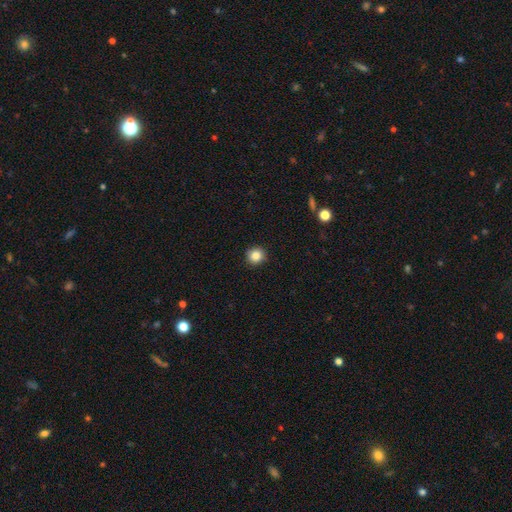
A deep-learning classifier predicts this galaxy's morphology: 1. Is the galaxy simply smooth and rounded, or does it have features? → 85% smooth, 10% star or artifact, 4% featured or disk.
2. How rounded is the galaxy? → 92% round, 7% in between, 1% cigar-shaped.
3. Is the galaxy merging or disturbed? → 91% none, 7% minor disturbance, 2% major disturbance, 1% merger.